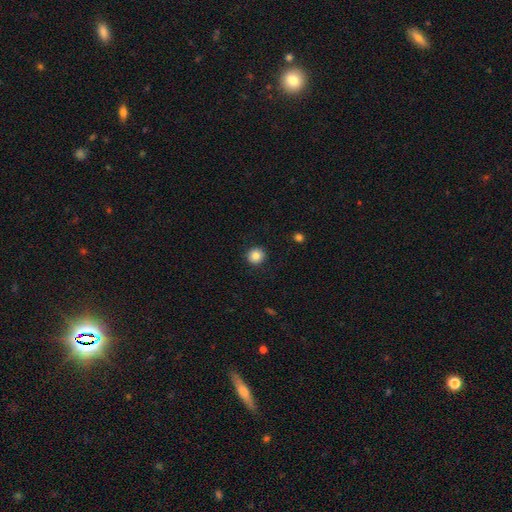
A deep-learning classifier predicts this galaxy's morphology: This appears to be a smooth galaxy with no disk features (84%) that is round (93%). Merging: none (92%).